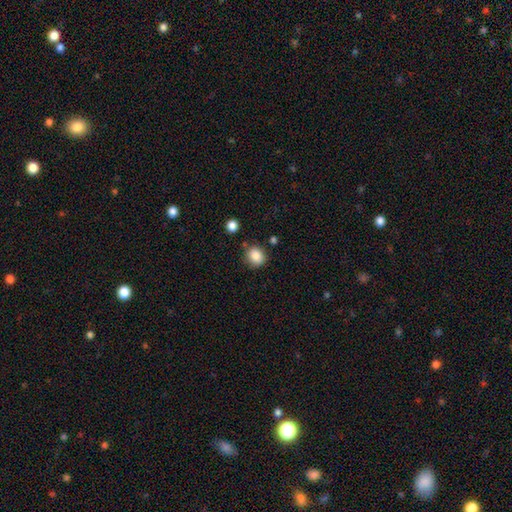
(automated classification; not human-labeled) Smooth or featured: smooth — 86% (star or artifact — 9%)
How rounded: round — 78% (in between — 21%)
Merging: none — 79% (minor disturbance — 12%)